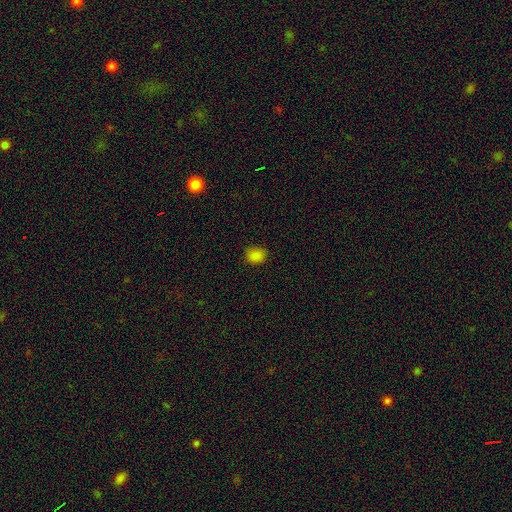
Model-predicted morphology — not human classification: This is clearly a smooth galaxy (83%). How rounded: possibly round (58%). Merging: clearly none (83%).